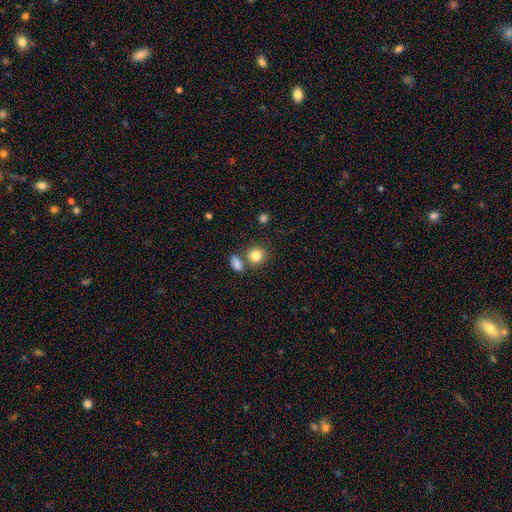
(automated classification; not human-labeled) A smooth galaxy with no disk features (84%) that is round (79%).

Vote fractions:
- Smooth or featured? smooth: 84% / star or artifact: 10% / featured or disk: 6%
- How rounded? round: 79% / in between: 20% / cigar-shaped: 1%
- Merging? none: 67% / merger: 19% / minor disturbance: 10% / major disturbance: 4%